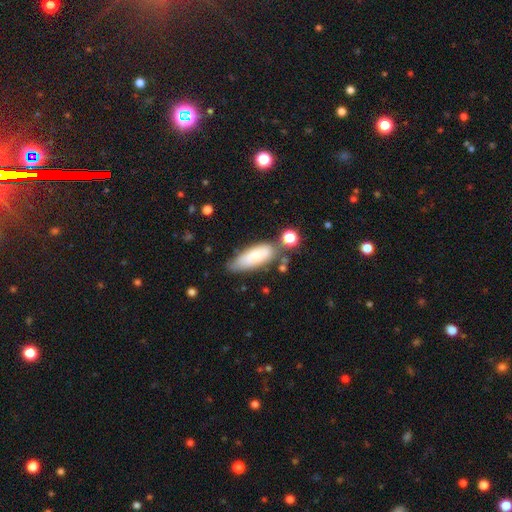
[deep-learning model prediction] The model was most divided on "merging": none: 57%, minor disturbance: 23%, merger: 12%, major disturbance: 7%. More confident: smooth or featured — smooth (74%); how rounded — in between (70%).